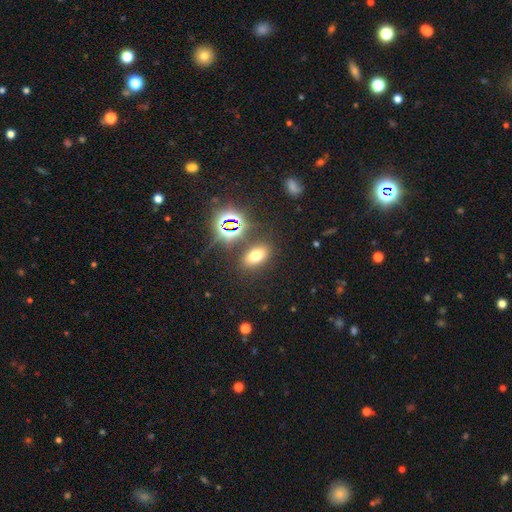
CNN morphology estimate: Smooth or featured: smooth — 60% (star or artifact — 30%)
How rounded: in between — 79% (round — 17%)
Merging: none — 83% (minor disturbance — 9%)